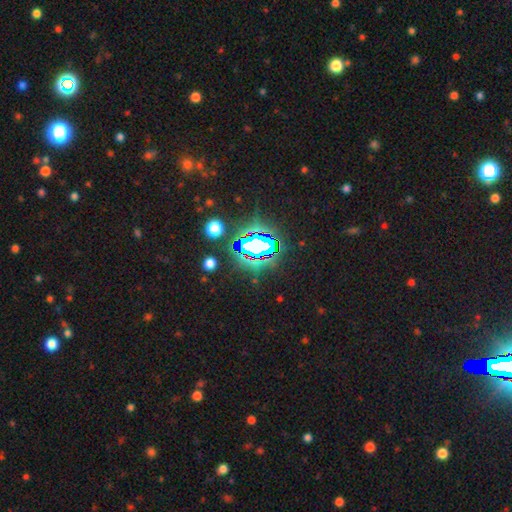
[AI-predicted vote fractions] The model was most divided on "smooth or featured": star or artifact: 72%, smooth: 15%, featured or disk: 12%.